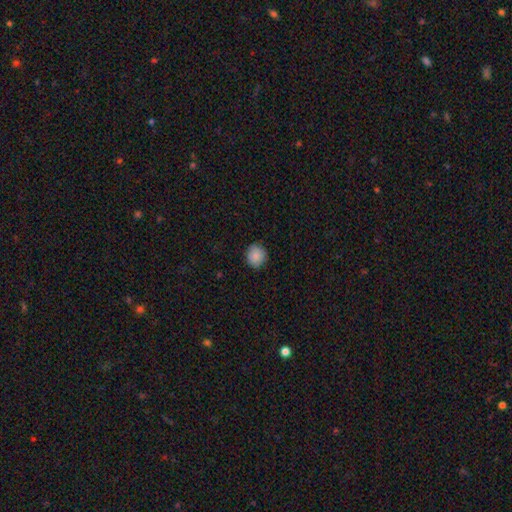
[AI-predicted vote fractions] Smooth or featured? smooth (87%)
How rounded? round (88%)
Merging? none (88%)